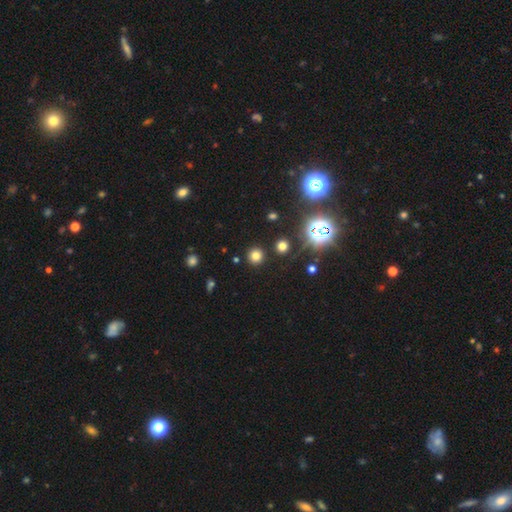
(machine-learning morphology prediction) Smooth or featured? smooth (74%)
How rounded? round (94%)
Merging? none (89%)